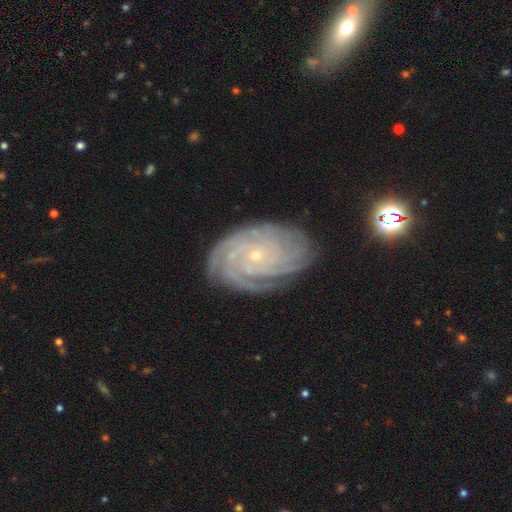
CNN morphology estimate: Smooth or featured? featured or disk (89%)
Edge-on disk? no (97%)
Bar? no (78%)
Spiral arms? yes (98%)
Spiral winding? tight (84%)
Spiral arm count? 4 (29%)
Bulge size? small (84%)
Merging? none (80%)